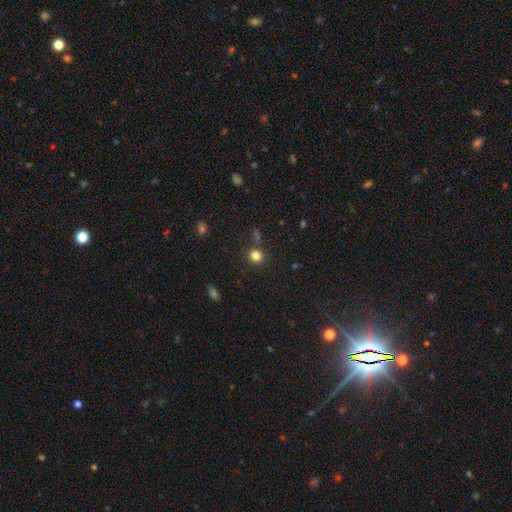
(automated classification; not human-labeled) Smooth or featured? smooth (80%)
How rounded? round (77%)
Merging? none (80%)